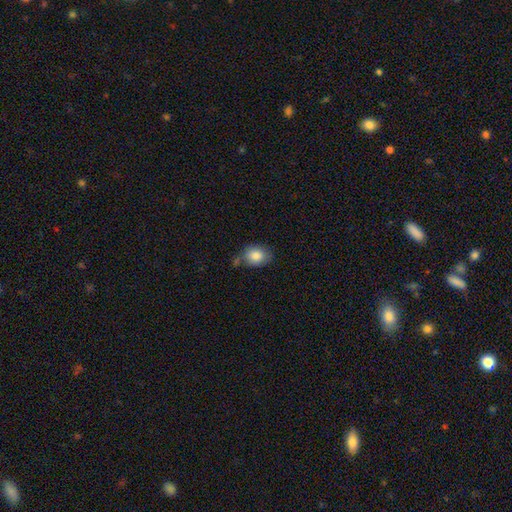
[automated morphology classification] Smooth or featured?
  - smooth: 86% *
  - star or artifact: 7%
  - featured or disk: 7%
How rounded?
  - in between: 61% *
  - round: 38%
  - cigar-shaped: 1%
Merging?
  - none: 63% *
  - minor disturbance: 22%
  - merger: 9%
  - major disturbance: 6%